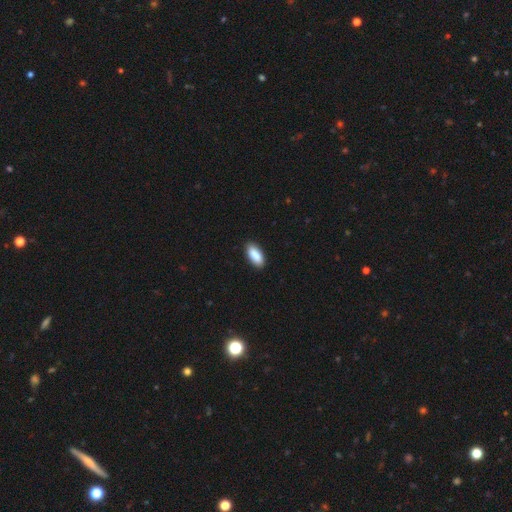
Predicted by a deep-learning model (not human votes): Q: Smooth or featured?
A: smooth (89%); runner-up: star or artifact (6%)
Q: How rounded?
A: in between (87%); runner-up: cigar-shaped (11%)
Q: Merging?
A: none (88%); runner-up: minor disturbance (9%)